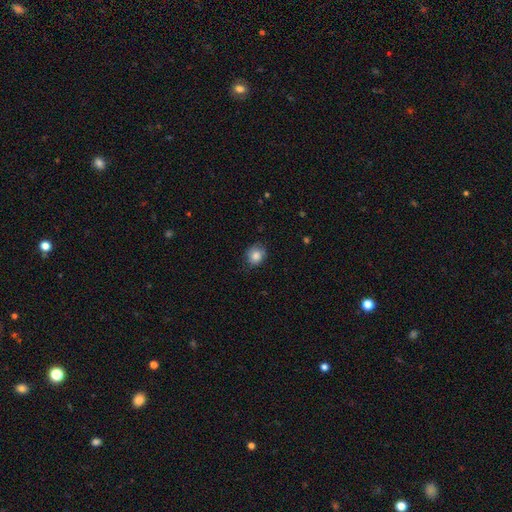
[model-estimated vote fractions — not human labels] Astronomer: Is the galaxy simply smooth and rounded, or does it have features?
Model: smooth — 85%.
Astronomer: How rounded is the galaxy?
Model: round — 68%.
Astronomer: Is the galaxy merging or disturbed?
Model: none — 75%.